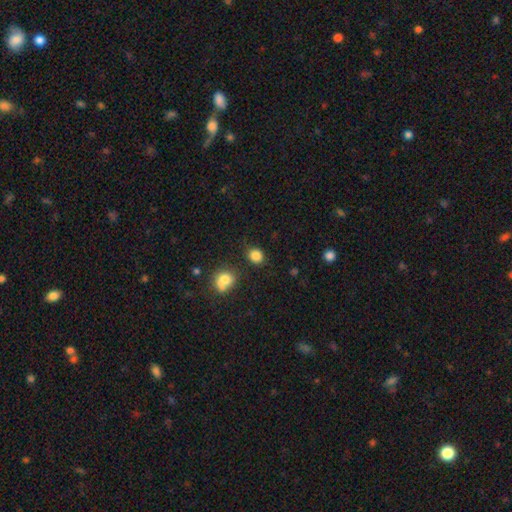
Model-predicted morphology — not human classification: The model was most divided on "how rounded": round: 74%, in between: 25%, cigar-shaped: 1%. More confident: smooth or featured — smooth (84%); merging — none (82%).